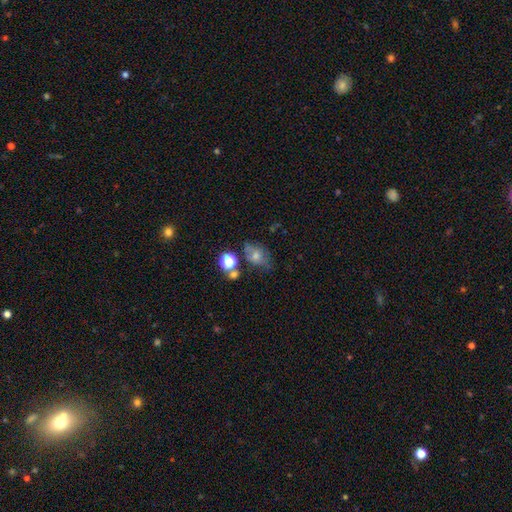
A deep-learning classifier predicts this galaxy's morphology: smooth_or_featured: smooth (p=0.50) [alt: featured or disk p=0.28]
merging: none (p=0.57) [alt: minor disturbance p=0.21]